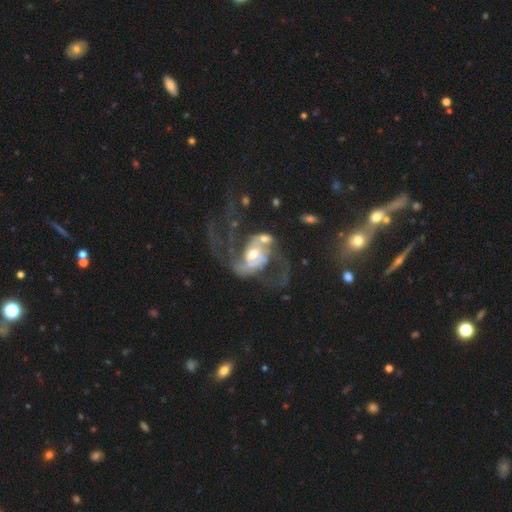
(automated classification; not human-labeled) Morphology: type=featured or disk (88%); edge-on=no (98%); bar=no (48%); spiral arms=yes (94%); winding=loose (52%); arm count=2 (79%); bulge=moderate (56%); merging=none (37%).